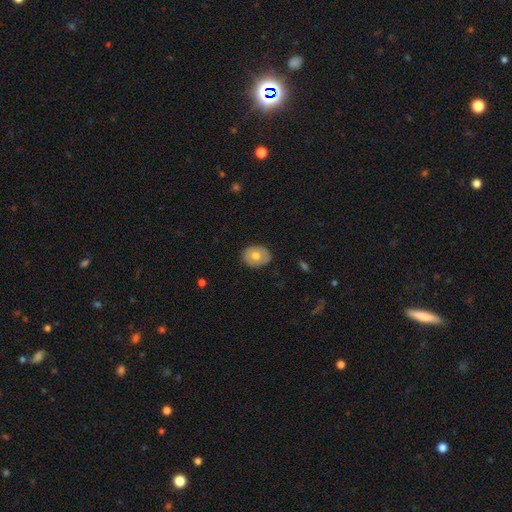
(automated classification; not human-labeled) A smooth galaxy with no disk features (62%) that is round (50%). Merging: none (84%).